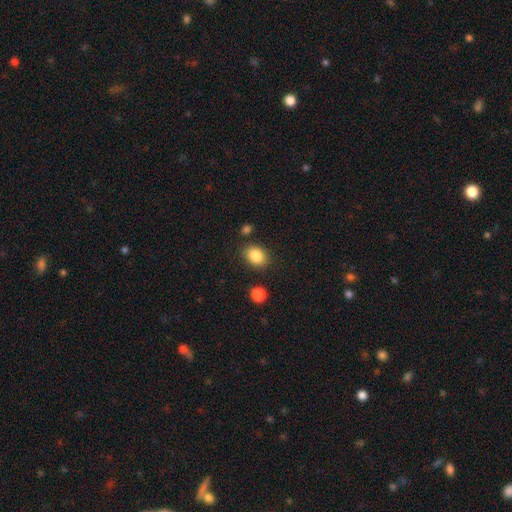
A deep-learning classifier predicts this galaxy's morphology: Smooth or featured? smooth (86%)
How rounded? in between (62%)
Merging? none (82%)